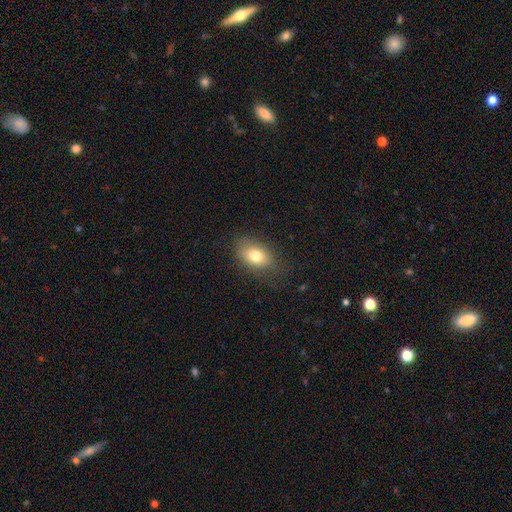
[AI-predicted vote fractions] A smooth galaxy with no disk features (77%) that is in between round and cigar-shaped (85%). Merging: none (74%).